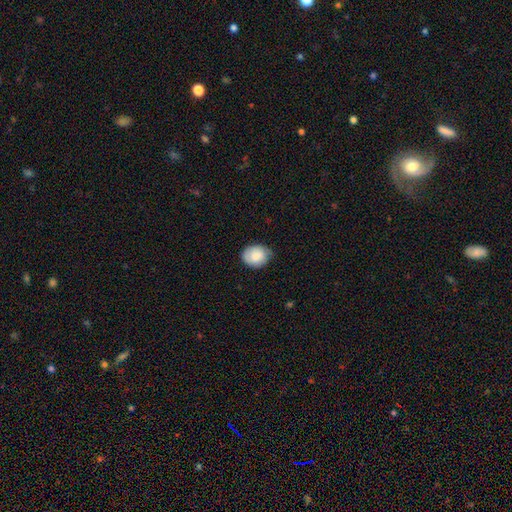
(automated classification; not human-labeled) Morphology: type=smooth (76%); roundness=round (55%); merging=none (70%).